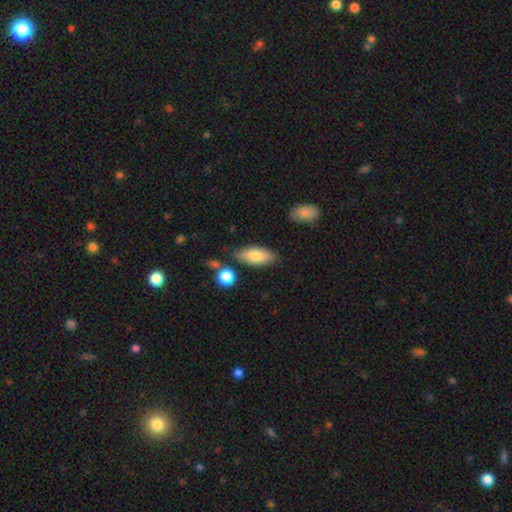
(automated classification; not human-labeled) Q: Smooth or featured?
A: smooth (77%); runner-up: featured or disk (16%)
Q: How rounded?
A: in between (82%); runner-up: cigar-shaped (16%)
Q: Merging?
A: none (79%); runner-up: minor disturbance (13%)